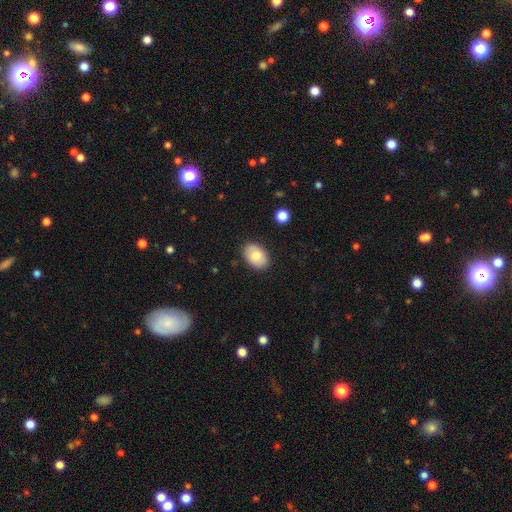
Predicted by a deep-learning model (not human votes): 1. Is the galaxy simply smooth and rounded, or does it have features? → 77% smooth, 16% featured or disk, 7% star or artifact.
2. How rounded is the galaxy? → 86% in between, 13% round, 1% cigar-shaped.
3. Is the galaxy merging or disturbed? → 87% none, 9% minor disturbance, 2% major disturbance, 1% merger.